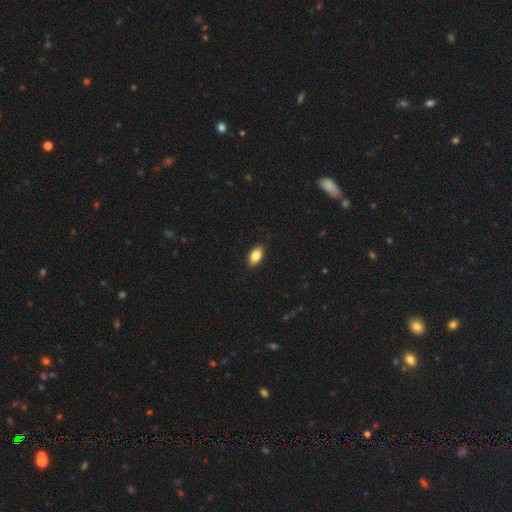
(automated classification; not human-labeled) smooth_or_featured: smooth (p=0.85) [alt: star or artifact p=0.08]
how_rounded: in between (p=0.92) [alt: round p=0.05]
merging: none (p=0.88) [alt: minor disturbance p=0.09]